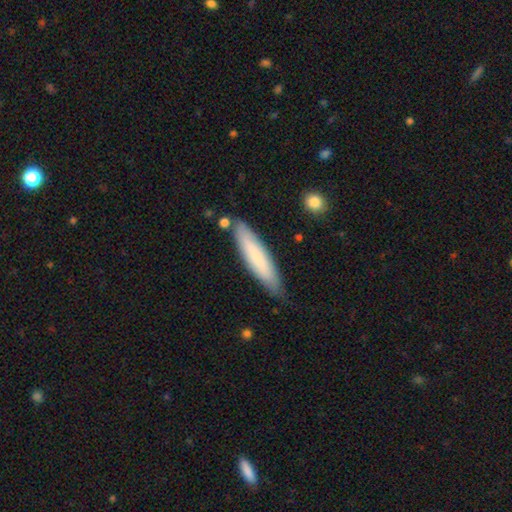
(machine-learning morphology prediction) Smooth or featured: smooth — 73% (featured or disk — 22%)
How rounded: cigar-shaped — 81% (in between — 18%)
Merging: none — 78% (minor disturbance — 16%)